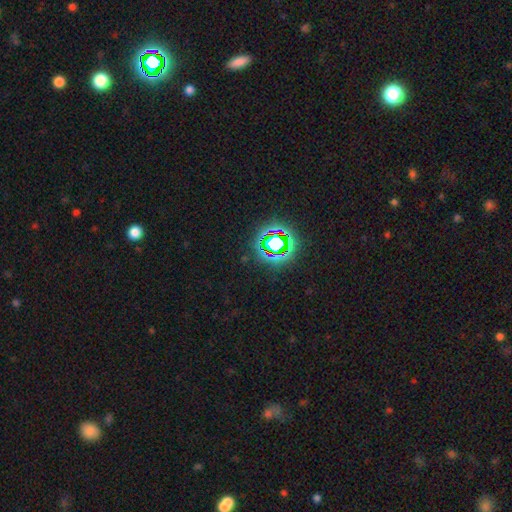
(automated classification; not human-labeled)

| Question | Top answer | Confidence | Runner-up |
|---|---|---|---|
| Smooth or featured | star or artifact | 77% | smooth (16%) |